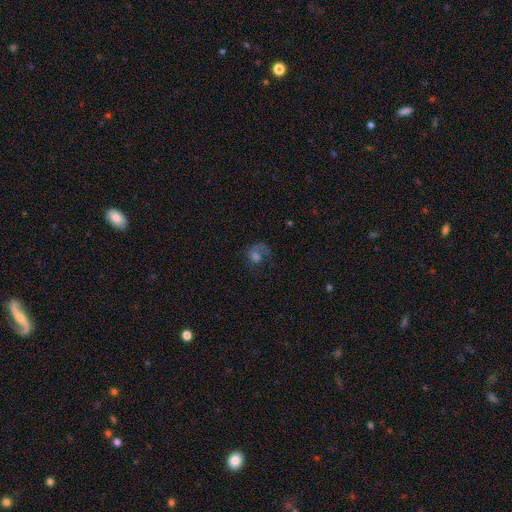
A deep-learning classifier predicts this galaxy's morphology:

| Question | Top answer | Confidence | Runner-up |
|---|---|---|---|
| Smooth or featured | featured or disk | 53% | smooth (30%) |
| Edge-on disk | no | 97% | yes (3%) |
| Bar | no | 76% | weak (20%) |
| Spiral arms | yes | 78% | no (22%) |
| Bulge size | moderate | 36% | large (23%) |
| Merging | major disturbance | 42% | none (39%) |